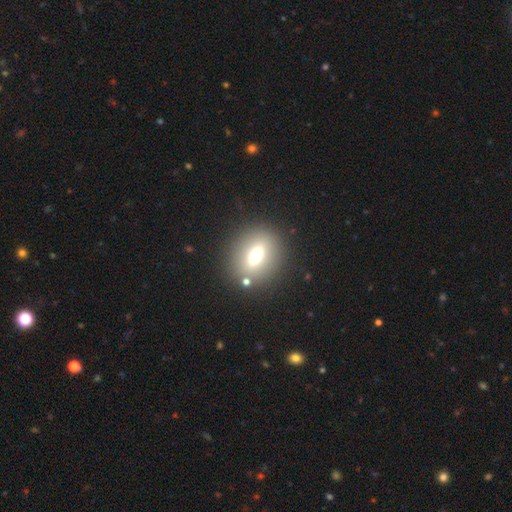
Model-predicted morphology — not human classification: The model was most divided on "how rounded": in between: 53%, round: 41%, cigar-shaped: 7%. More confident: merging — none (83%); smooth or featured — smooth (64%).